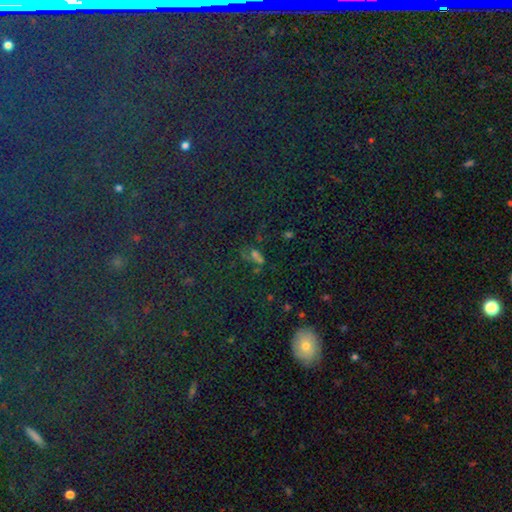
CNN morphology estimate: smooth-or-featured: star or artifact: 49% | smooth: 36% | featured or disk: 15%